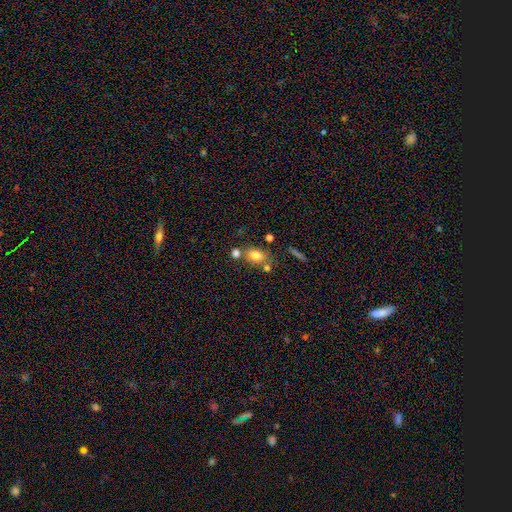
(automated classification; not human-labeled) Smooth or featured?
  - smooth: 77% *
  - featured or disk: 13%
  - star or artifact: 11%
How rounded?
  - in between: 77% *
  - round: 20%
  - cigar-shaped: 3%
Merging?
  - none: 60% *
  - merger: 20%
  - minor disturbance: 15%
  - major disturbance: 5%